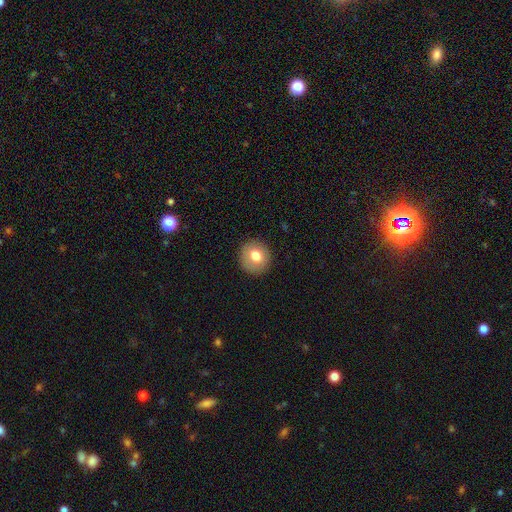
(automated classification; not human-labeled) Smooth or featured? Predicted: smooth (p=0.76). How rounded? Predicted: round (p=0.88). Merging? Predicted: none (p=0.90).